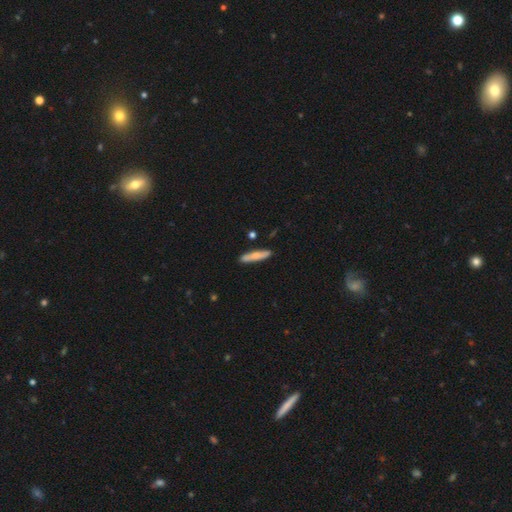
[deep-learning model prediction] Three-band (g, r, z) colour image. It shows a smooth galaxy with no disk features (70%) that is cigar-shaped (88%). Merging: none (85%).